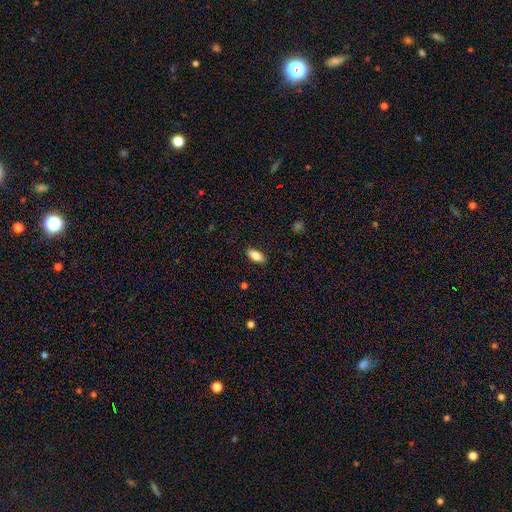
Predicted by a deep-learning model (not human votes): Overall: smooth (86%). How rounded: in between (87%). Merging: none (88%).